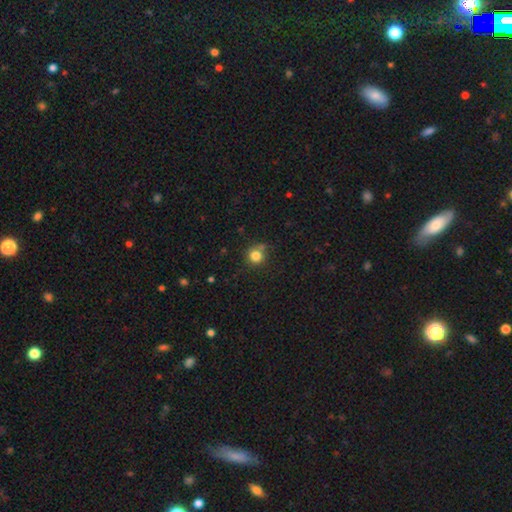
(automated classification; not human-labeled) Smooth or featured: smooth — 82% (star or artifact — 12%)
How rounded: round — 92% (in between — 7%)
Merging: none — 75% (minor disturbance — 13%)